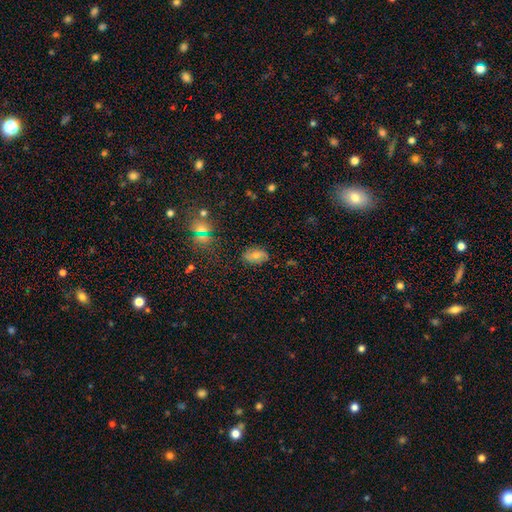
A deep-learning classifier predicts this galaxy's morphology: A smooth galaxy with no disk features (62%) that is in between round and cigar-shaped (87%).

Vote fractions:
- Smooth or featured? smooth: 62% / featured or disk: 23% / star or artifact: 16%
- How rounded? in between: 87% / round: 11% / cigar-shaped: 2%
- Merging? none: 82% / minor disturbance: 13% / major disturbance: 3% / merger: 2%